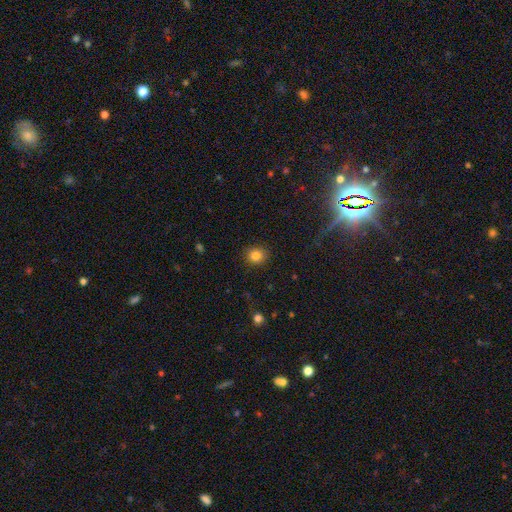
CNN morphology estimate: The model was most divided on "how rounded": round: 84%, in between: 15%, cigar-shaped: 1%. More confident: merging — none (89%); smooth or featured — smooth (83%).